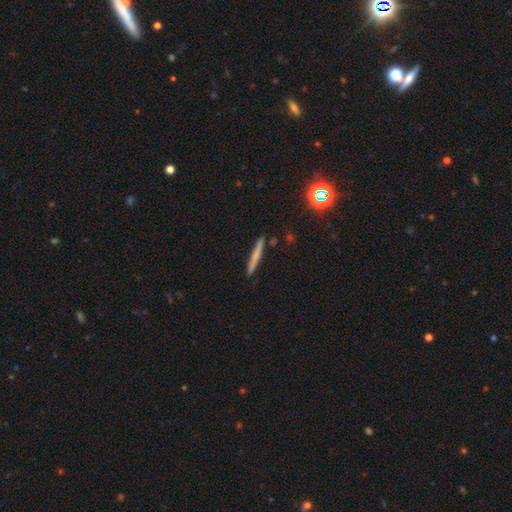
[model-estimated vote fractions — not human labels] Q: Smooth or featured?
A: smooth (62%); runner-up: featured or disk (29%)
Q: How rounded?
A: cigar-shaped (96%); runner-up: in between (3%)
Q: Merging?
A: none (89%); runner-up: minor disturbance (7%)